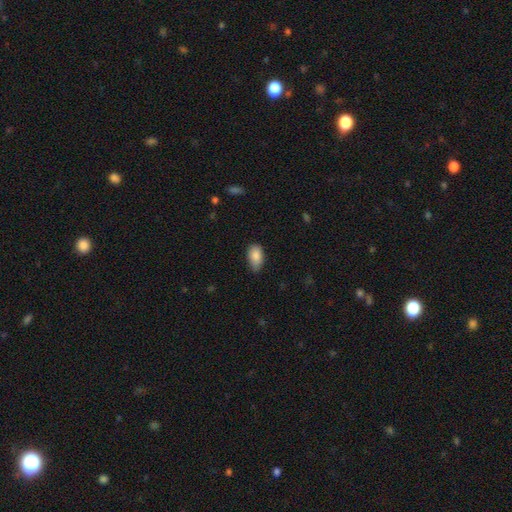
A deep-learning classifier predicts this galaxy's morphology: Smooth or featured? smooth (87%)
How rounded? in between (92%)
Merging? none (60%)